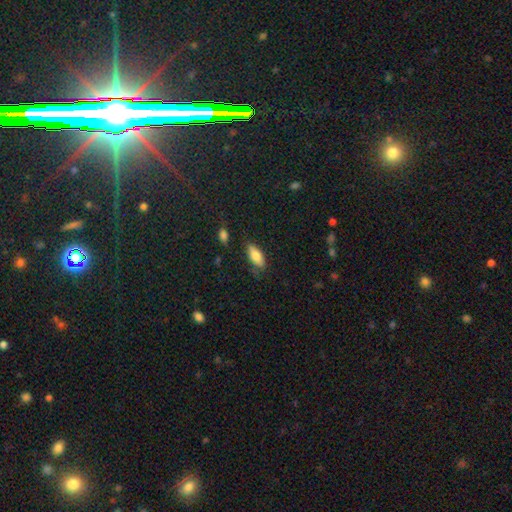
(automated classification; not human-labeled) Smooth or featured? Predicted: smooth (p=0.79). How rounded? Predicted: in between (p=0.78). Merging? Predicted: none (p=0.77).